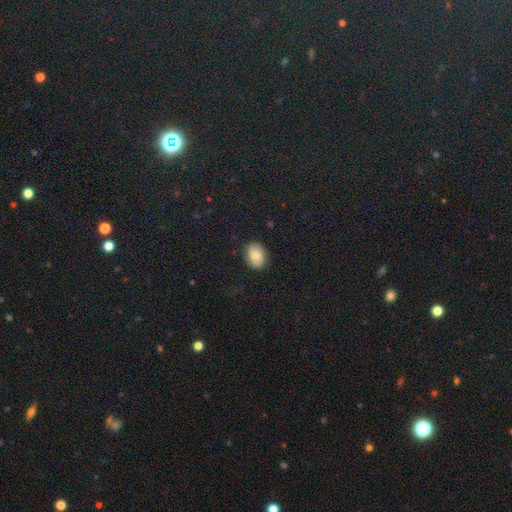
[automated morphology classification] Overall: smooth (79%). How rounded: in between (72%). Merging: none (85%).